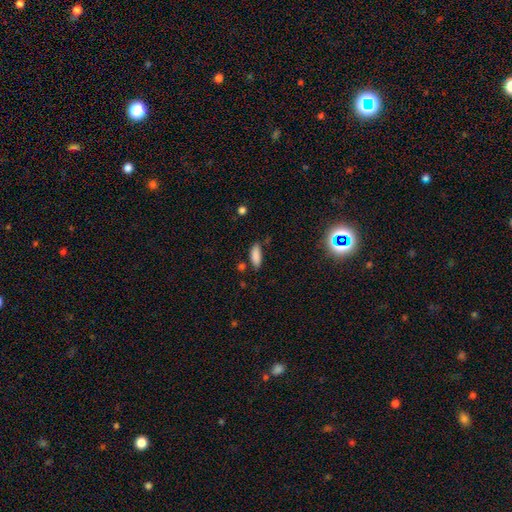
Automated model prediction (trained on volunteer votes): This is clearly a smooth galaxy (86%). How rounded: likely in between (75%). Merging: likely none (73%).